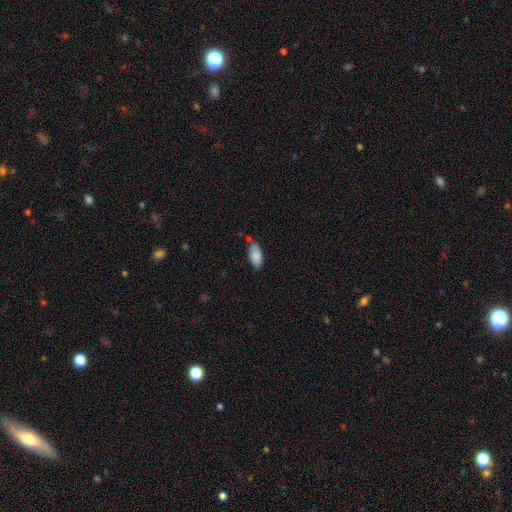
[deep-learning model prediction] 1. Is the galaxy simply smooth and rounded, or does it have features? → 85% smooth, 8% featured or disk, 7% star or artifact.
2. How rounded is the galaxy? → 90% in between, 8% cigar-shaped, 2% round.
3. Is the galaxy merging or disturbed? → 64% none, 23% minor disturbance, 9% merger, 4% major disturbance.